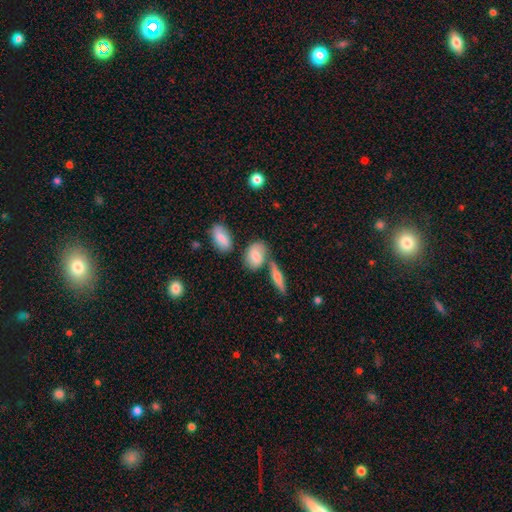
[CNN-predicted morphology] Q: Smooth or featured?
A: smooth (74%); runner-up: featured or disk (18%)
Q: How rounded?
A: in between (78%); runner-up: round (18%)
Q: Merging?
A: none (61%); runner-up: minor disturbance (18%)